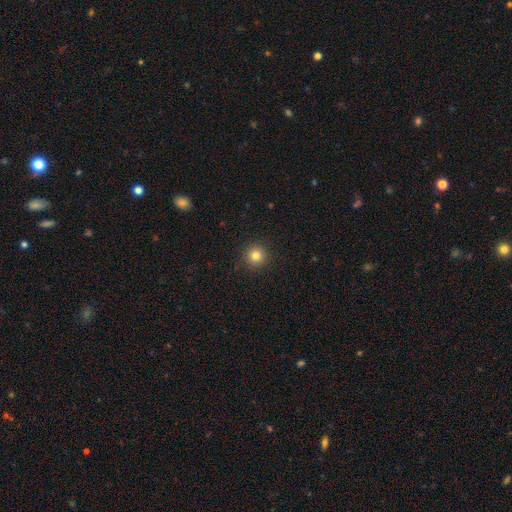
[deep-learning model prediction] This is clearly a smooth galaxy (81%). How rounded: clearly round (95%). Merging: clearly none (92%).